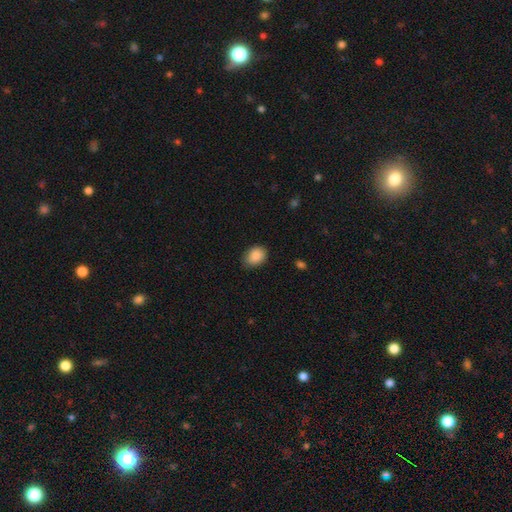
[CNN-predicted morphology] A smooth galaxy with no disk features (89%) that is in between round and cigar-shaped (69%).

Vote fractions:
- Smooth or featured? smooth: 89% / star or artifact: 8% / featured or disk: 4%
- How rounded? in between: 69% / round: 30% / cigar-shaped: 1%
- Merging? none: 78% / minor disturbance: 18% / major disturbance: 3% / merger: 1%